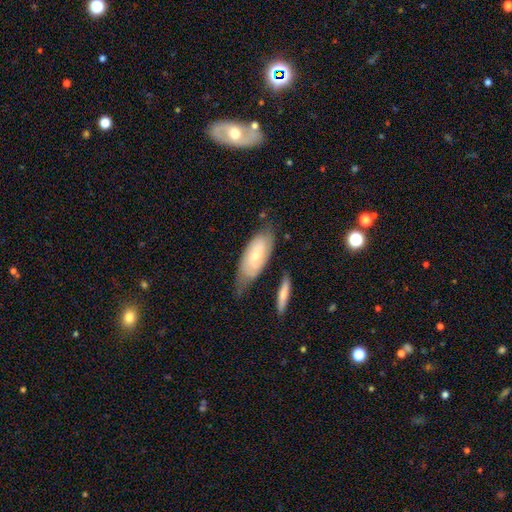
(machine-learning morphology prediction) Smooth or featured?
  - smooth: 53% *
  - featured or disk: 41%
  - star or artifact: 6%
How rounded?
  - in between: 82% *
  - cigar-shaped: 16%
  - round: 2%
Merging?
  - none: 54% *
  - minor disturbance: 30%
  - major disturbance: 9%
  - merger: 7%